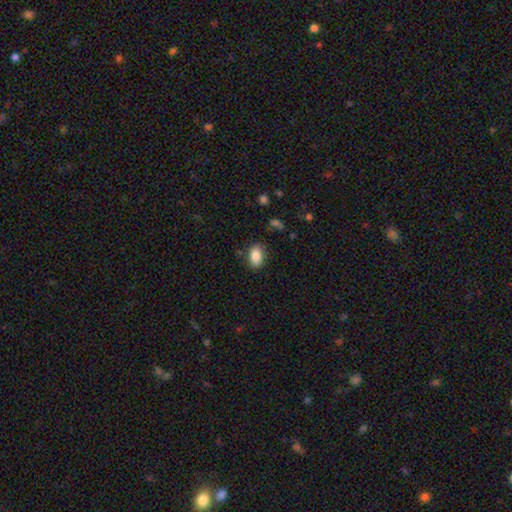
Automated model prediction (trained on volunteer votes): smooth-or-featured: smooth: 85% | featured or disk: 8% | star or artifact: 8%
  how-rounded: in between: 89% | round: 9% | cigar-shaped: 2%
  merging: none: 80% | minor disturbance: 14% | major disturbance: 3% | merger: 2%